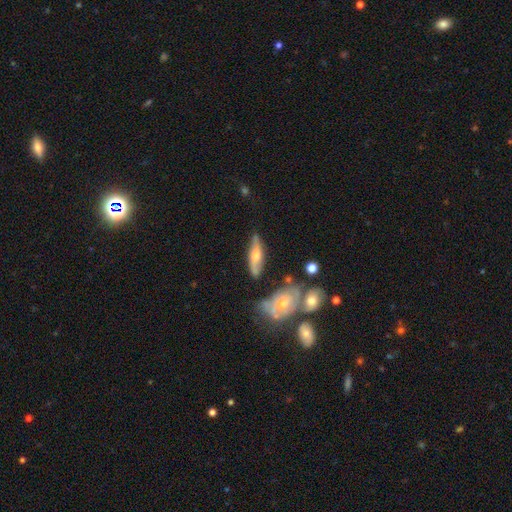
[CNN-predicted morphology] The model was most divided on "smooth or featured": featured or disk: 49%, smooth: 45%, star or artifact: 6%. More confident: merging — none (71%).